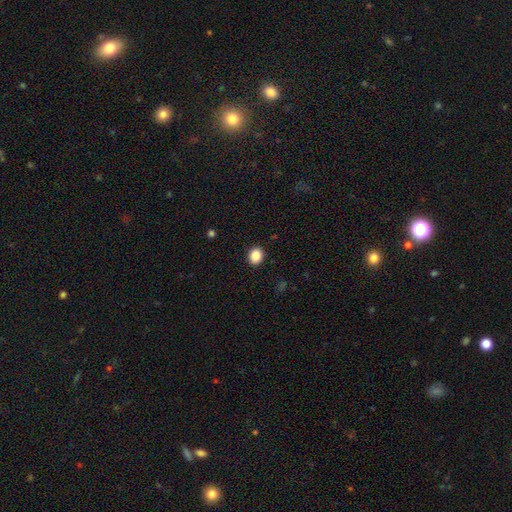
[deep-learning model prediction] A smooth galaxy with no disk features (86%) that is round (58%).

Vote fractions:
- Smooth or featured? smooth: 86% / star or artifact: 10% / featured or disk: 5%
- How rounded? round: 58% / in between: 41% / cigar-shaped: 1%
- Merging? none: 91% / minor disturbance: 6% / major disturbance: 2% / merger: 1%